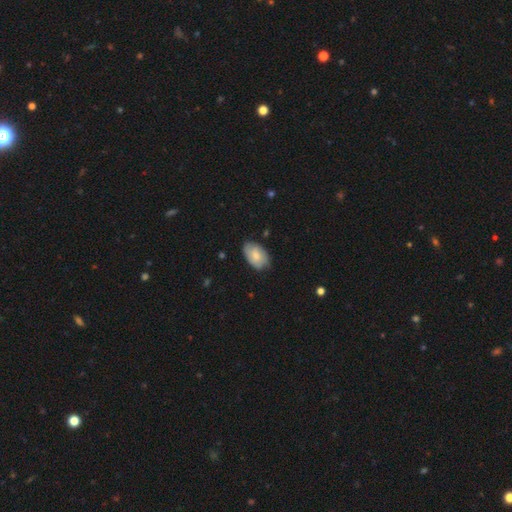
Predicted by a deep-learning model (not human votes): Overall: smooth (71%). How rounded: in between (90%). Merging: none (72%).